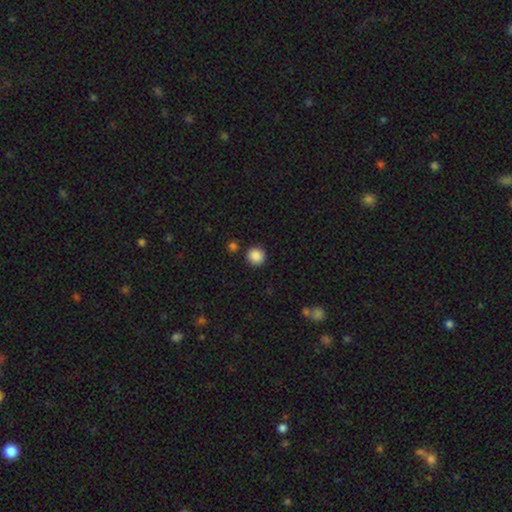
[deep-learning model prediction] Smooth or featured? smooth (88%)
How rounded? round (93%)
Merging? none (87%)